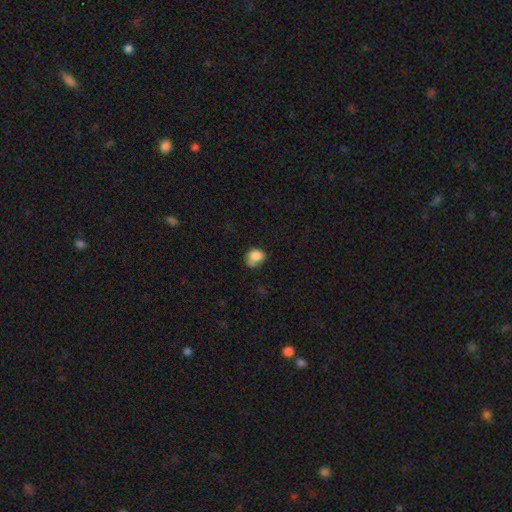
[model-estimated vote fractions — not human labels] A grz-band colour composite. It shows a smooth galaxy with no disk features (80%) that is round (50%). Merging: none (40%).